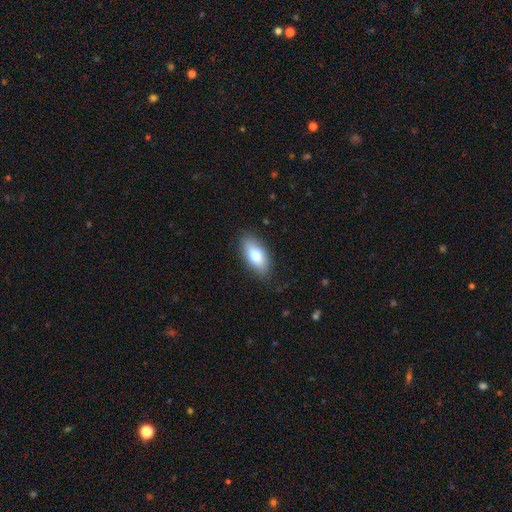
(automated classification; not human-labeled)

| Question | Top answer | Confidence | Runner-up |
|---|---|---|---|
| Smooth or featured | smooth | 75% | featured or disk (19%) |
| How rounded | in between | 88% | cigar-shaped (9%) |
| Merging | none | 83% | minor disturbance (13%) |